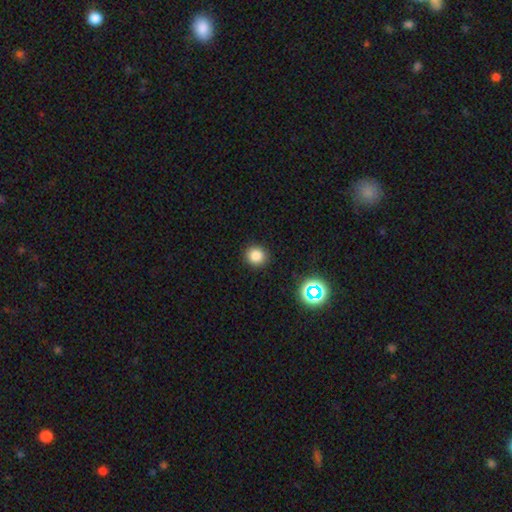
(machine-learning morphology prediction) Smooth or featured? Predicted: smooth (p=0.81). How rounded? Predicted: round (p=0.90). Merging? Predicted: none (p=0.91).